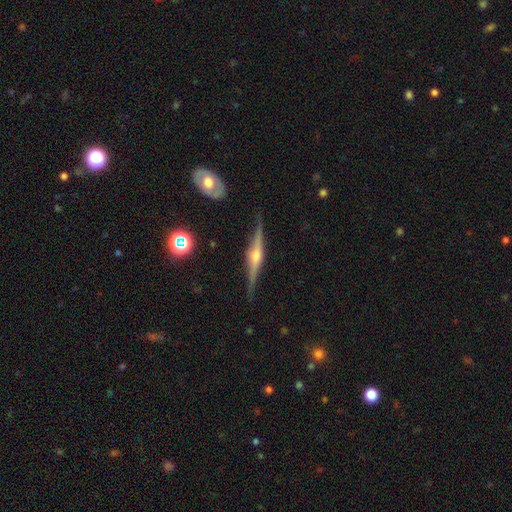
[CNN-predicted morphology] Q: Smooth or featured?
A: featured or disk (84%); runner-up: smooth (10%)
Q: Edge-on disk?
A: yes (98%); runner-up: no (2%)
Q: Edge-on bulge?
A: rounded (88%); runner-up: boxy (9%)
Q: Merging?
A: none (87%); runner-up: minor disturbance (10%)